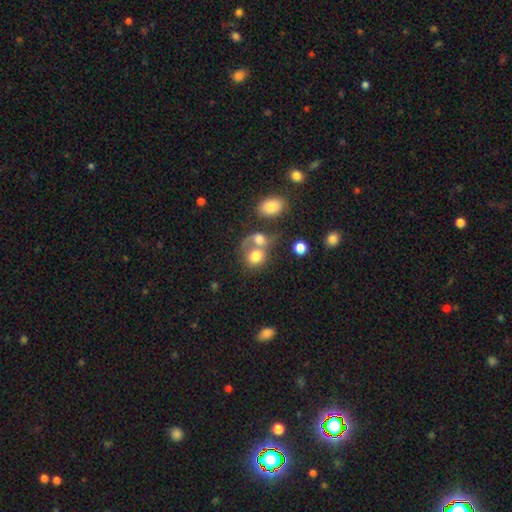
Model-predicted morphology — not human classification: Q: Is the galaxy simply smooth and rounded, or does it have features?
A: smooth — 72%.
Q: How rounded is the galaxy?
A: round — 63%.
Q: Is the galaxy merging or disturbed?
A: merger — 58%.